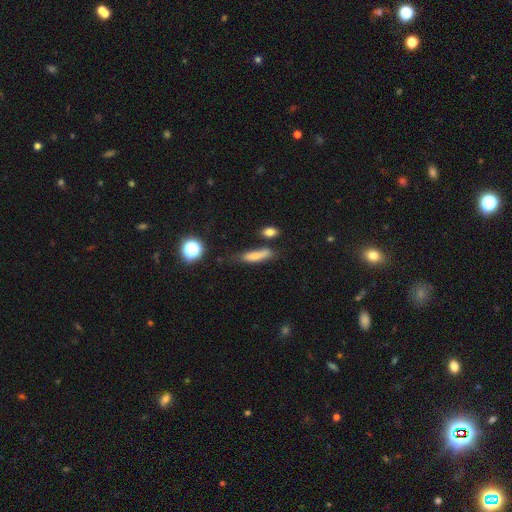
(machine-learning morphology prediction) type=smooth (73%); roundness=cigar-shaped (60%); merging=none (56%).